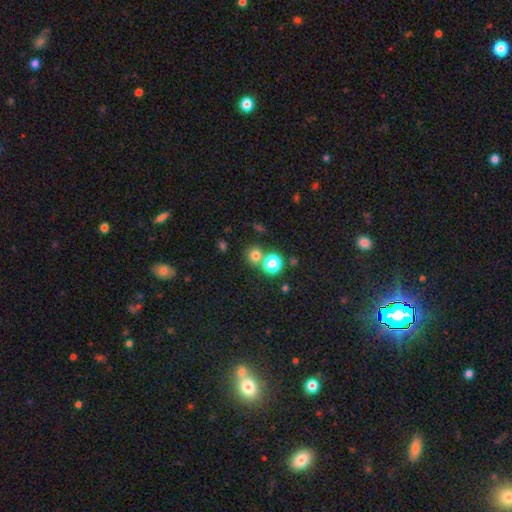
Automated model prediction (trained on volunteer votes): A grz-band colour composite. It shows a smooth galaxy with no disk features (73%) that is round (88%). Merging: none (65%).